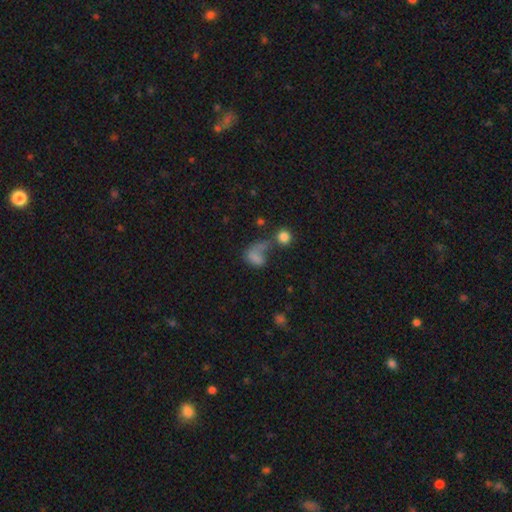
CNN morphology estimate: Smooth or featured? smooth (67%)
How rounded? in between (70%)
Merging? major disturbance (38%)